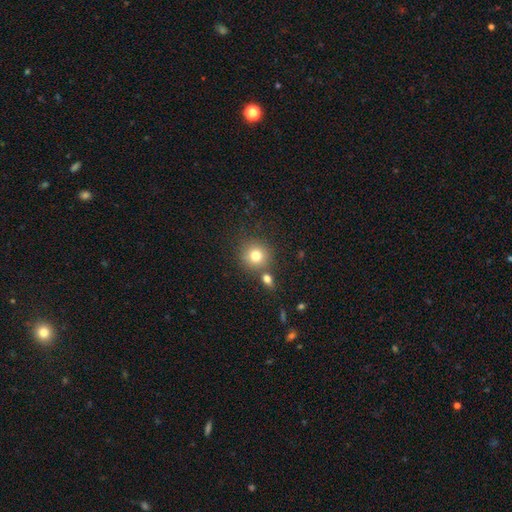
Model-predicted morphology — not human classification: A smooth galaxy with no disk features (79%) that is round (92%).

Vote fractions:
- Smooth or featured? smooth: 79% / star or artifact: 12% / featured or disk: 9%
- How rounded? round: 92% / in between: 8% / cigar-shaped: 1%
- Merging? none: 73% / merger: 15% / minor disturbance: 9% / major disturbance: 3%